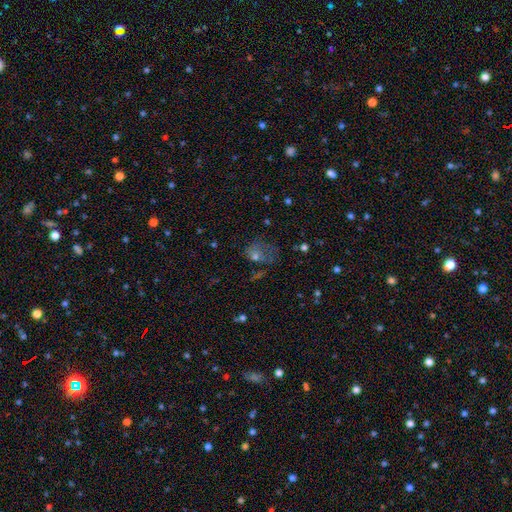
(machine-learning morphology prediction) smooth 57%, featured or disk 24%, star or artifact 19%. Down the decision tree: how rounded — in between (61%); merging — major disturbance (46%).